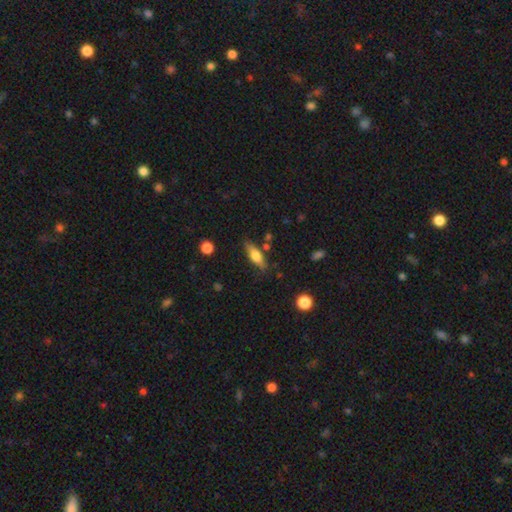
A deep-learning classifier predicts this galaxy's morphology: Smooth or featured? Predicted: smooth (p=0.64). How rounded? Predicted: in between (p=0.52). Merging? Predicted: none (p=0.77).